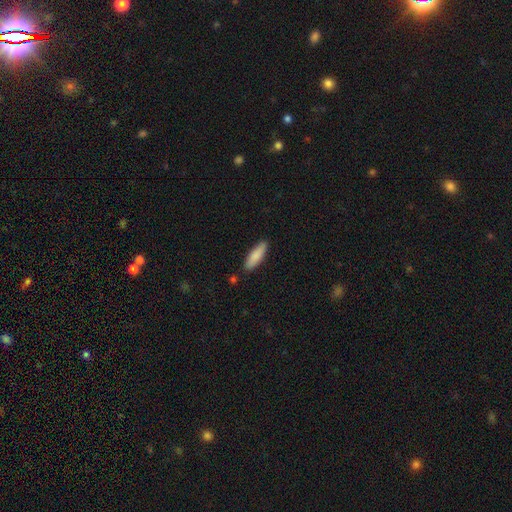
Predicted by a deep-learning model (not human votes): This is clearly a smooth galaxy (85%). How rounded: likely cigar-shaped (61%). Merging: clearly none (85%).